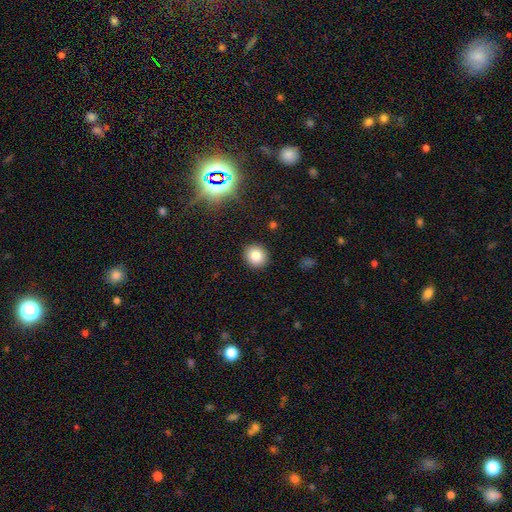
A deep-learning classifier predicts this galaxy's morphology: A smooth galaxy with no disk features (81%) that is round (82%).

Vote fractions:
- Smooth or featured? smooth: 81% / star or artifact: 12% / featured or disk: 8%
- How rounded? round: 82% / in between: 17% / cigar-shaped: 1%
- Merging? none: 91% / minor disturbance: 6% / major disturbance: 2% / merger: 1%